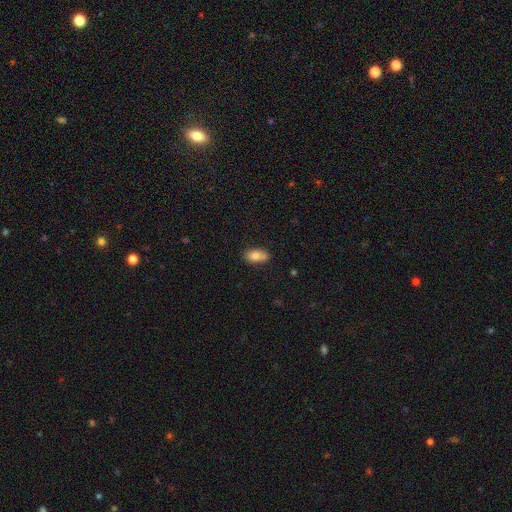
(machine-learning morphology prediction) A smooth galaxy with no disk features (80%) that is in between round and cigar-shaped (89%). Merging: none (71%).